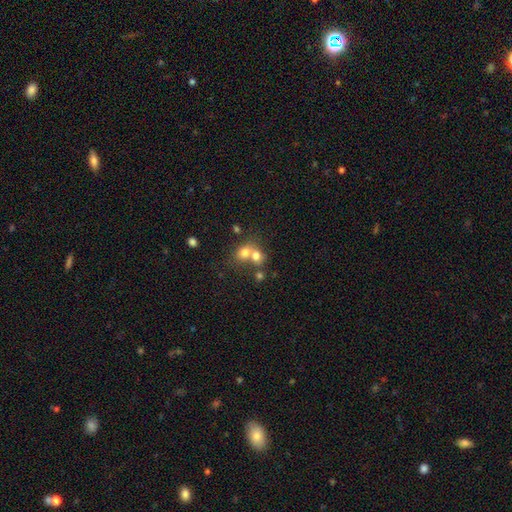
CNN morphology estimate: type=smooth (72%); roundness=round (64%); merging=merger (59%).